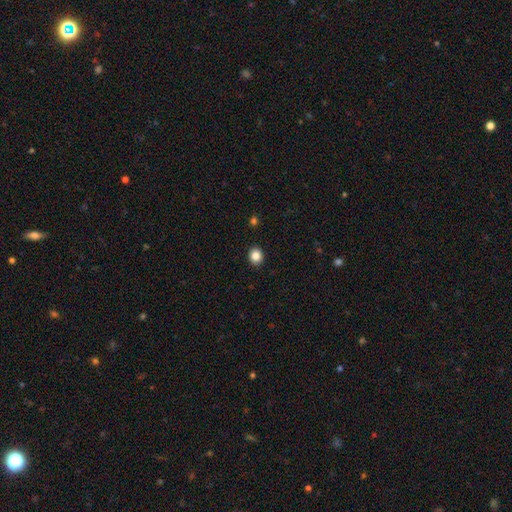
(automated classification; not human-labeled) smooth 86%, star or artifact 11%, featured or disk 4%. Down the decision tree: how rounded — round (78%); merging — none (92%).